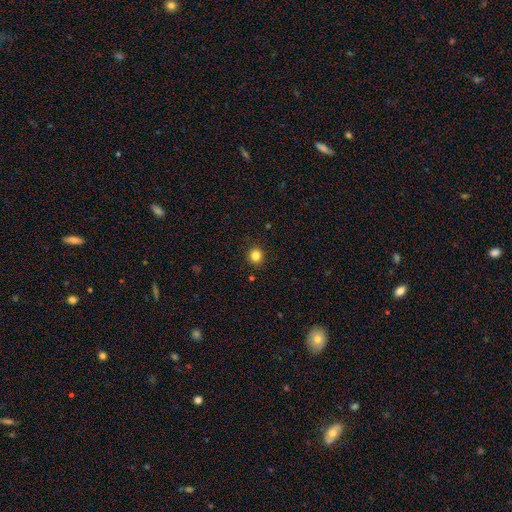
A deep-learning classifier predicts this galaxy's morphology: This appears to be a smooth galaxy with no disk features (83%) that is round (90%). Merging: none (91%).